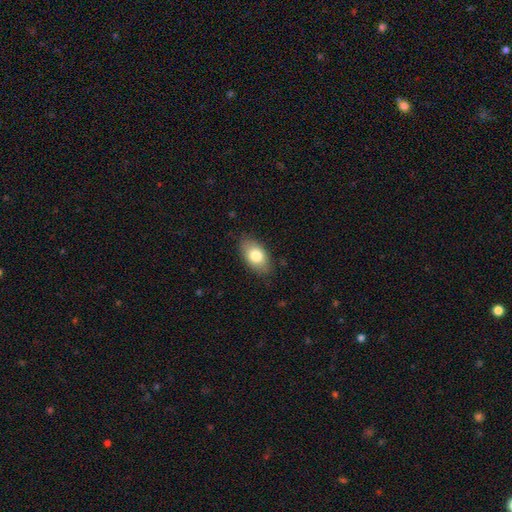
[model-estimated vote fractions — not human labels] Overall: smooth (78%). How rounded: in between (91%). Merging: none (82%).